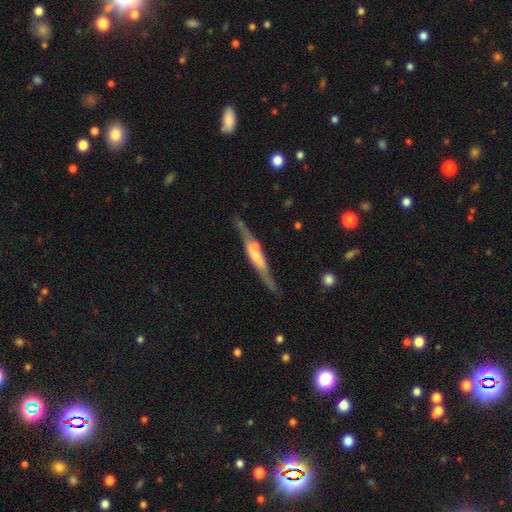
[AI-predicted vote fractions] Morphology: type=featured or disk (66%); edge-on=yes (88%); edge-on bulge=rounded (53%); merging=none (68%).